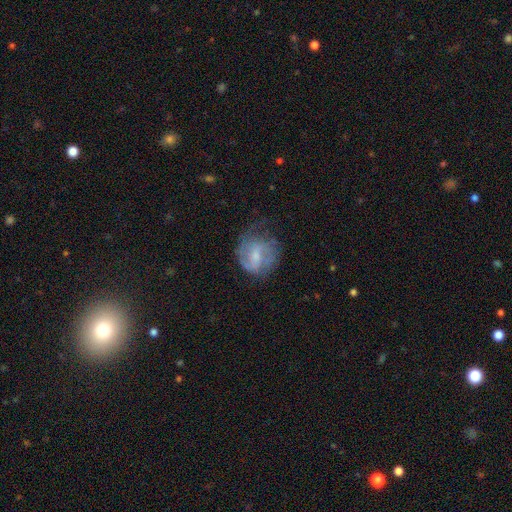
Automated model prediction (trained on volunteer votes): Smooth or featured?
  - featured or disk: 59% *
  - smooth: 34%
  - star or artifact: 7%
Edge-on disk?
  - no: 97% *
  - yes: 3%
Bar?
  - weak: 54% *
  - no: 32%
  - strong: 14%
Spiral arms?
  - yes: 77% *
  - no: 23%
Bulge size?
  - moderate: 39% *
  - small: 38%
  - none: 17%
  - large: 4%
  - dominant: 1%
Merging?
  - none: 48% *
  - minor disturbance: 28%
  - major disturbance: 23%
  - merger: 2%